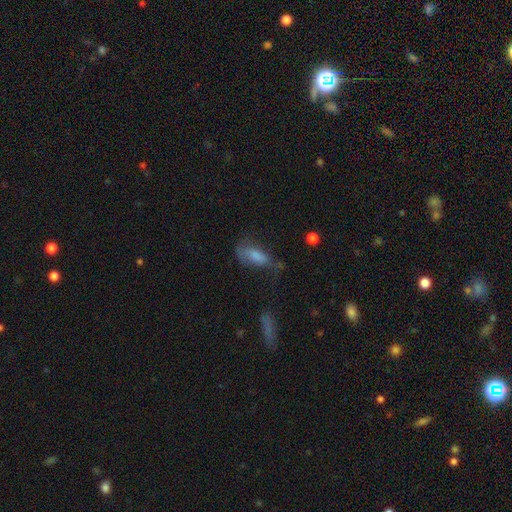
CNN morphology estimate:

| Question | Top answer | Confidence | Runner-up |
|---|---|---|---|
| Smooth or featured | smooth | 71% | featured or disk (19%) |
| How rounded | in between | 80% | cigar-shaped (17%) |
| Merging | none | 35% | minor disturbance (30%) |